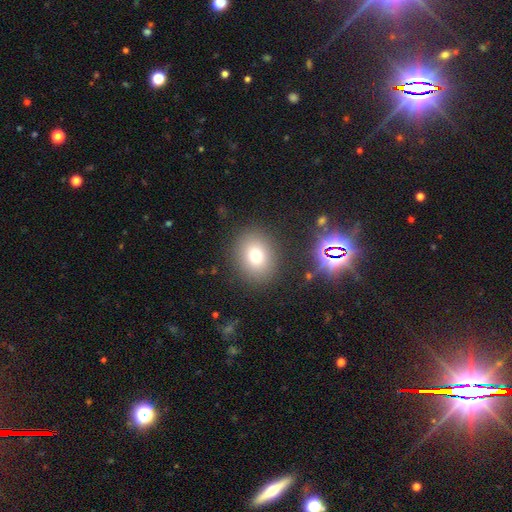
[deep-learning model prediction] smooth 73%, star or artifact 16%, featured or disk 11%. Down the decision tree: how rounded — round (66%); merging — none (87%).